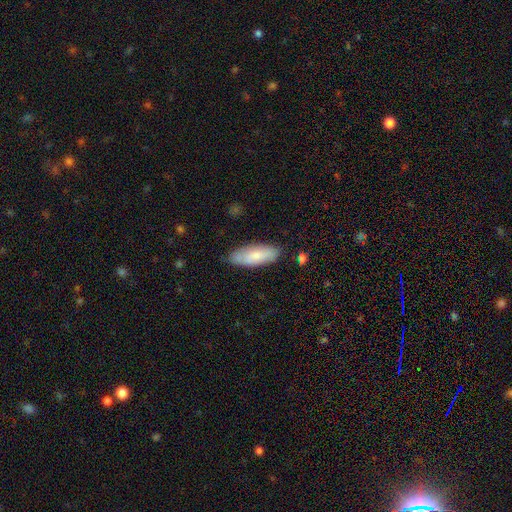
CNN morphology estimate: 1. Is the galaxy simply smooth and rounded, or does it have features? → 75% smooth, 19% featured or disk, 6% star or artifact.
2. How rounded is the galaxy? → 74% in between, 24% cigar-shaped, 2% round.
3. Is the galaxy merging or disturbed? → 80% none, 15% minor disturbance, 3% major disturbance, 2% merger.